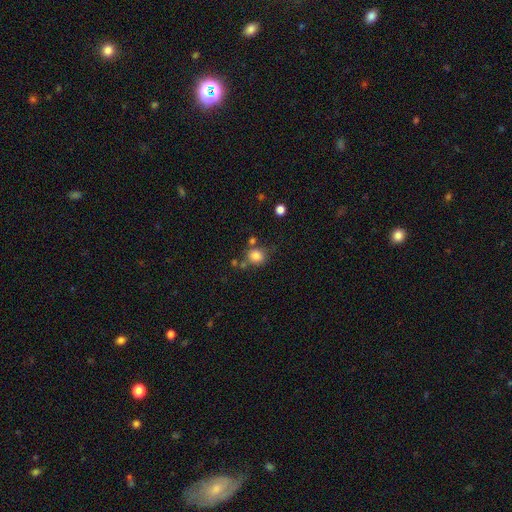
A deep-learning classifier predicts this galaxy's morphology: smooth 83%, star or artifact 11%, featured or disk 6%. Down the decision tree: how rounded — round (81%); merging — none (65%).